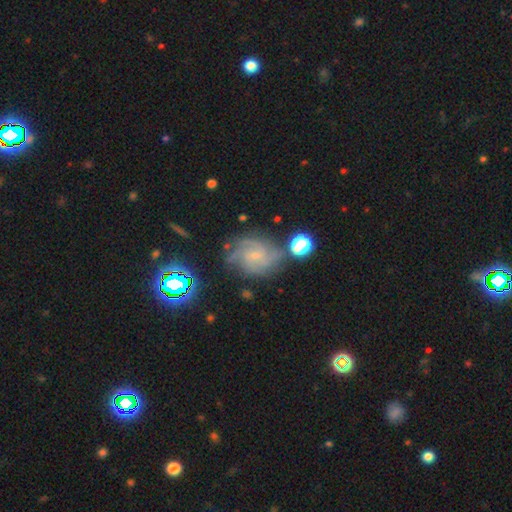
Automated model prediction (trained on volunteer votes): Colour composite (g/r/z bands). It shows a featured or disk galaxy (75%) with no bar (62%), tight (51%) spiral arms (95%) and a small central bulge (77%). Merging: none (64%).